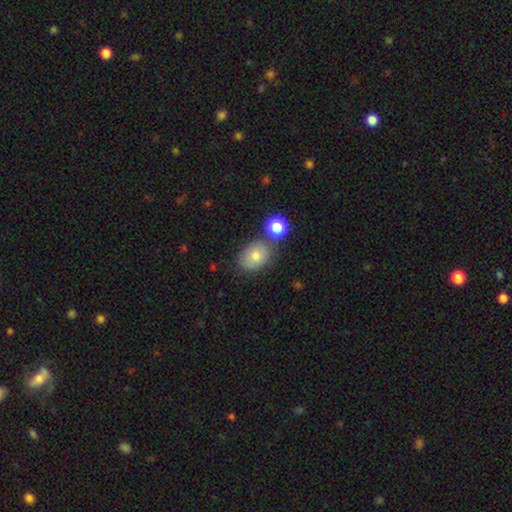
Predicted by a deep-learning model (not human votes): Q: Smooth or featured?
A: smooth (76%); runner-up: featured or disk (13%)
Q: How rounded?
A: in between (65%); runner-up: round (34%)
Q: Merging?
A: none (70%); runner-up: minor disturbance (14%)